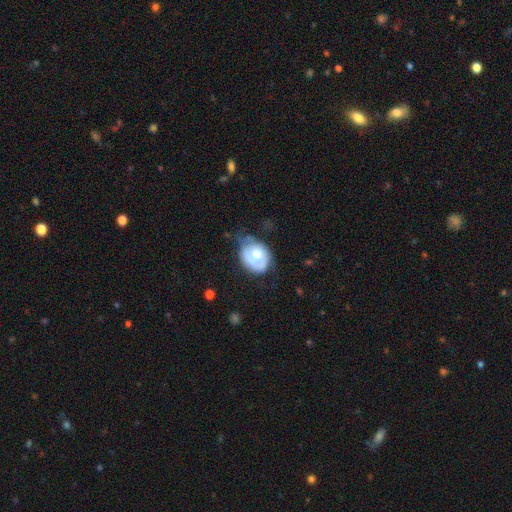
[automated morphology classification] Smooth or featured? Predicted: smooth (p=0.49). Merging? Predicted: minor disturbance (p=0.37).